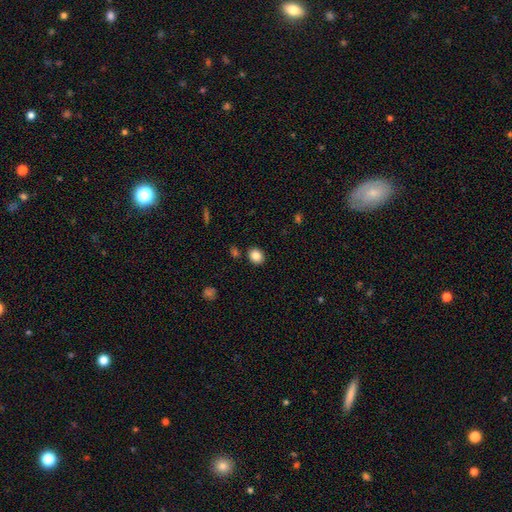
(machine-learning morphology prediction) Q: Smooth or featured?
A: smooth (85%); runner-up: star or artifact (10%)
Q: How rounded?
A: round (54%); runner-up: in between (45%)
Q: Merging?
A: none (85%); runner-up: minor disturbance (8%)